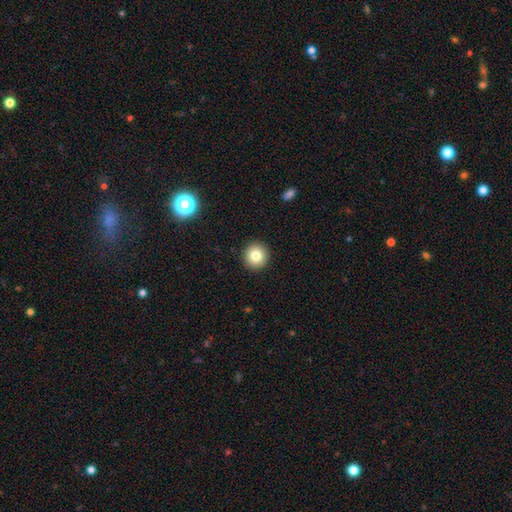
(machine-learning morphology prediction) smooth 81%, star or artifact 10%, featured or disk 9%. Down the decision tree: how rounded — round (94%); merging — none (93%).